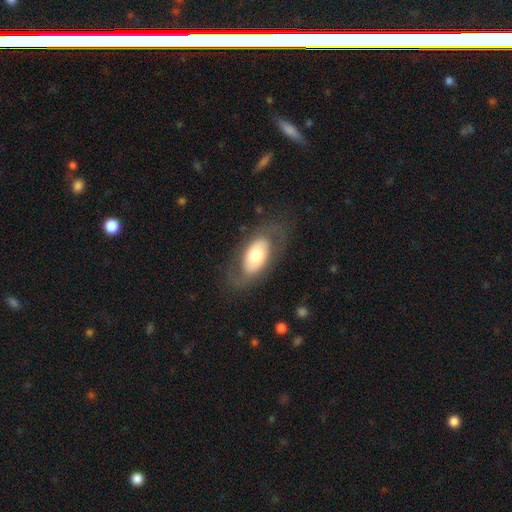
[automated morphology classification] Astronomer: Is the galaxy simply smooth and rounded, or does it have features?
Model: smooth — 48% (runner-up: featured or disk, 47%).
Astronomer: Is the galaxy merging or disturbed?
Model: none — 74%.